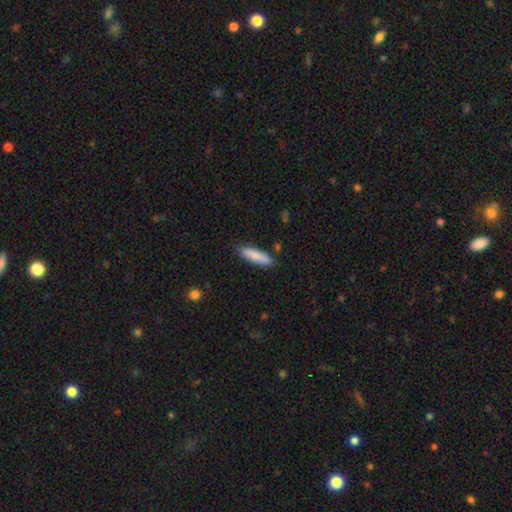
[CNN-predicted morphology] A smooth galaxy with no disk features (85%) that is cigar-shaped (66%).

Vote fractions:
- Smooth or featured? smooth: 85% / featured or disk: 10% / star or artifact: 6%
- How rounded? cigar-shaped: 66% / in between: 33% / round: 1%
- Merging? none: 83% / minor disturbance: 12% / major disturbance: 2% / merger: 2%